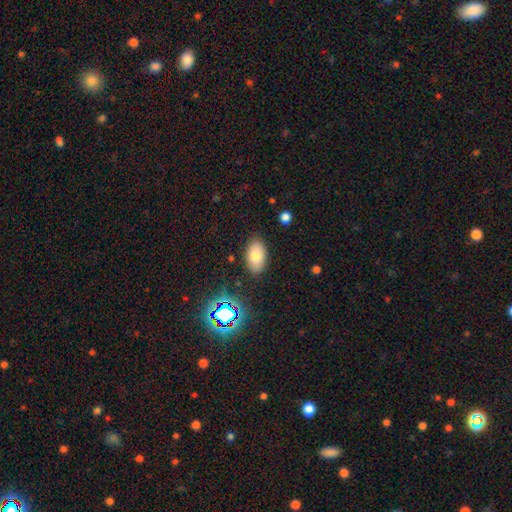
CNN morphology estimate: Smooth or featured?
  - smooth: 77% *
  - featured or disk: 12%
  - star or artifact: 11%
How rounded?
  - in between: 93% *
  - round: 5%
  - cigar-shaped: 2%
Merging?
  - none: 85% *
  - minor disturbance: 10%
  - major disturbance: 3%
  - merger: 2%